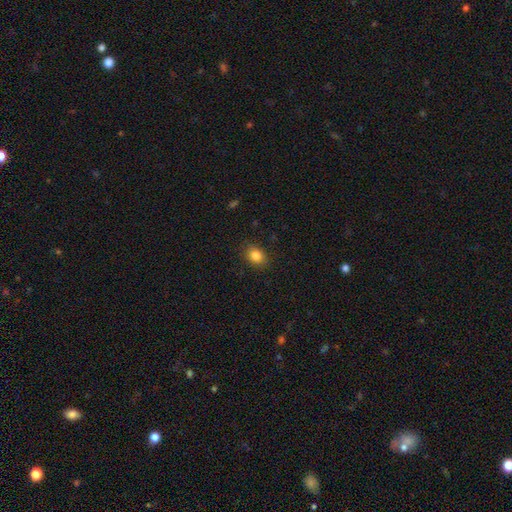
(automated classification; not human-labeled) smooth_or_featured: smooth (p=0.85) [alt: star or artifact p=0.10]
how_rounded: in between (p=0.56) [alt: round p=0.43]
merging: none (p=0.87) [alt: minor disturbance p=0.10]